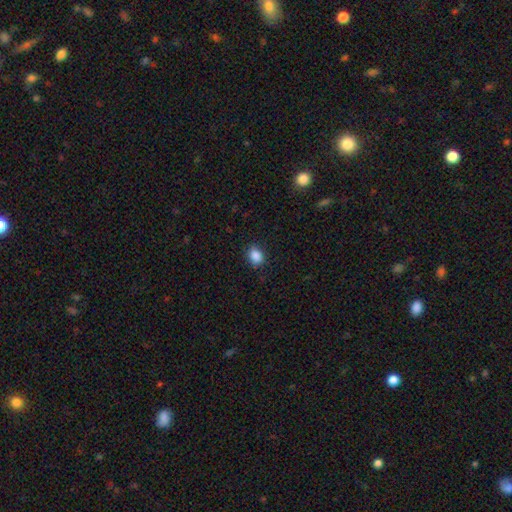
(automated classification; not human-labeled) smooth 88%, star or artifact 9%, featured or disk 3%. Down the decision tree: how rounded — in between (63%); merging — none (85%).